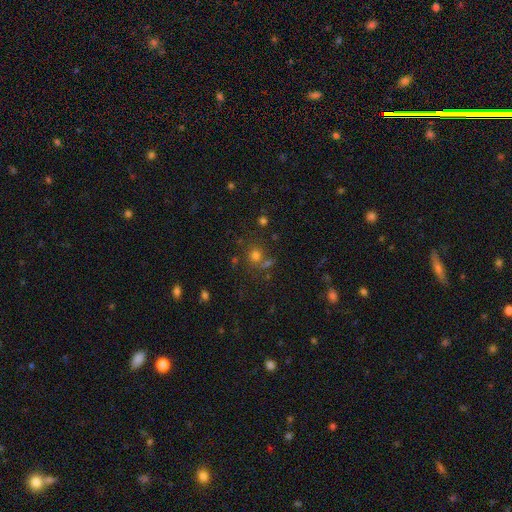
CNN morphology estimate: Smooth or featured: smooth — 67% (star or artifact — 22%)
How rounded: round — 86% (in between — 13%)
Merging: none — 65% (merger — 17%)